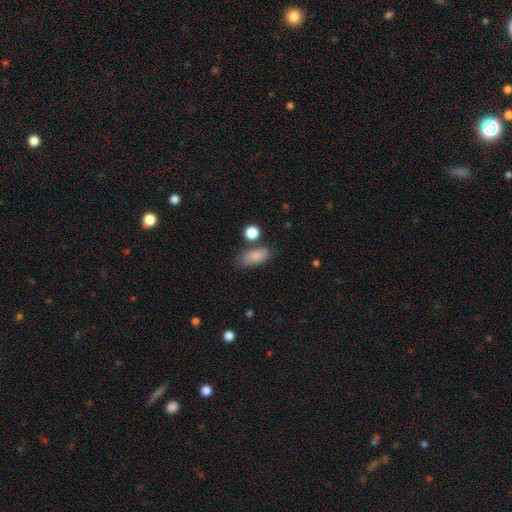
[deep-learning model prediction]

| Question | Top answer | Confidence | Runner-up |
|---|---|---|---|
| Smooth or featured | smooth | 83% | featured or disk (9%) |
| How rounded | in between | 86% | cigar-shaped (8%) |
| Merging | none | 63% | minor disturbance (21%) |